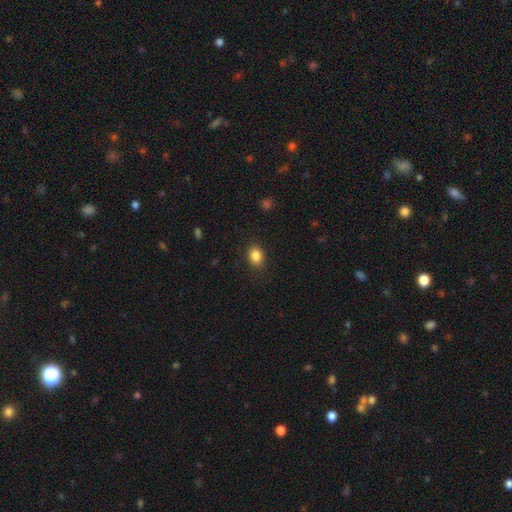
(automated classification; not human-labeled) smooth 86%, star or artifact 10%, featured or disk 5%. Down the decision tree: how rounded — in between (60%); merging — none (88%).